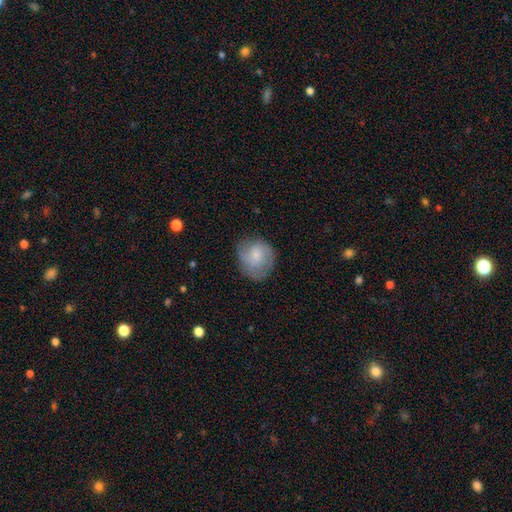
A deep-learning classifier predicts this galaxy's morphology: The model was most divided on "smooth or featured": smooth: 59%, featured or disk: 34%, star or artifact: 7%. More confident: how rounded — round (71%); merging — none (70%).